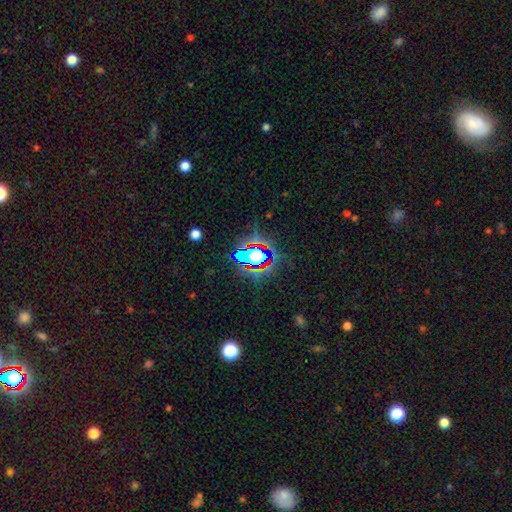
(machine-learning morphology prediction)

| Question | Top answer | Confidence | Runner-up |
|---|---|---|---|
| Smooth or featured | star or artifact | 51% | smooth (30%) |